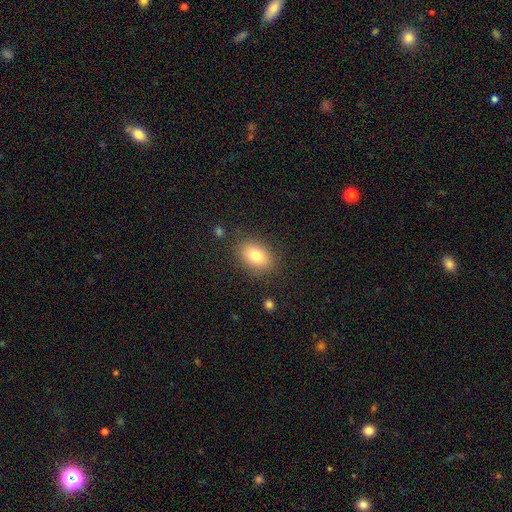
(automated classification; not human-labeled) Smooth or featured: smooth — 79% (featured or disk — 11%)
How rounded: in between — 77% (round — 21%)
Merging: none — 84% (minor disturbance — 10%)